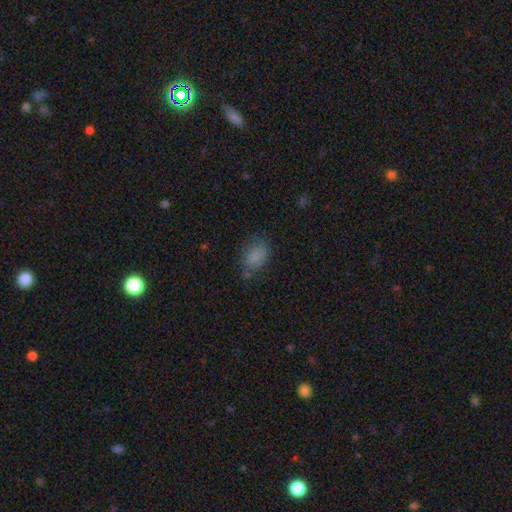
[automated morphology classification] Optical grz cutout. It shows a smooth galaxy with no disk features (83%) that is in between round and cigar-shaped (80%). Merging: none (73%).